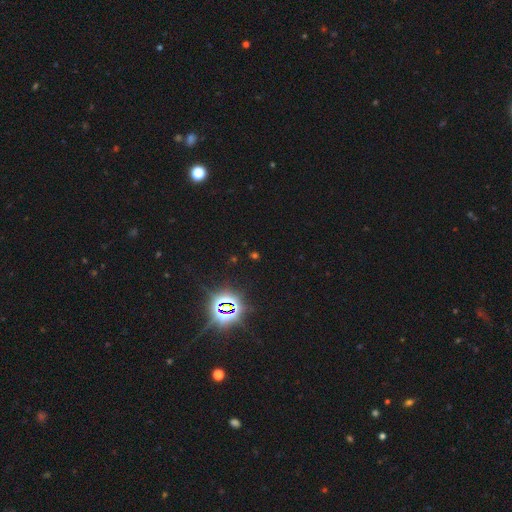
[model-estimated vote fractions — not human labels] A star or artifact, not a galaxy (81%).

Vote fractions:
- Smooth or featured? star or artifact: 81% / smooth: 12% / featured or disk: 7%